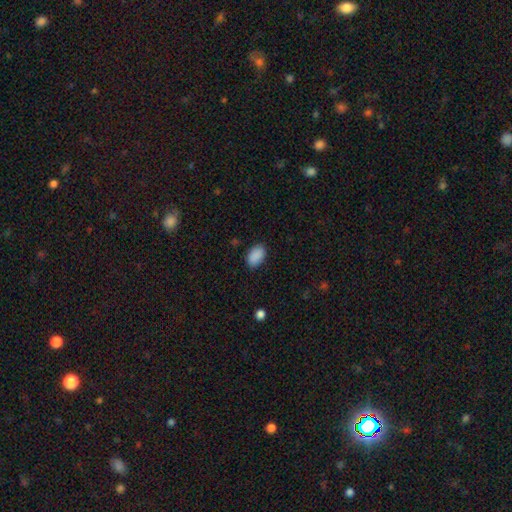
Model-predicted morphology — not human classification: Smooth or featured? smooth (90%)
How rounded? in between (91%)
Merging? none (86%)